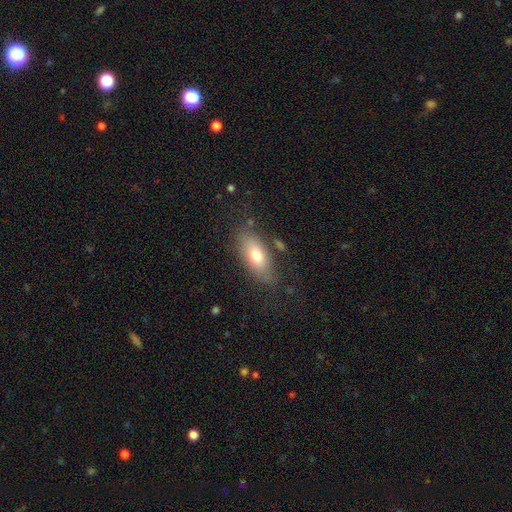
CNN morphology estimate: type=smooth (72%); roundness=in between (84%); merging=none (75%).